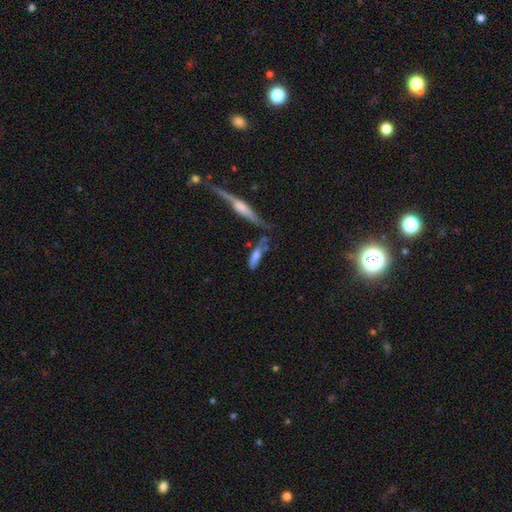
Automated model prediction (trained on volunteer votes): This is likely a smooth galaxy (66%). How rounded: likely cigar-shaped (62%). Merging: marginally none (42%).